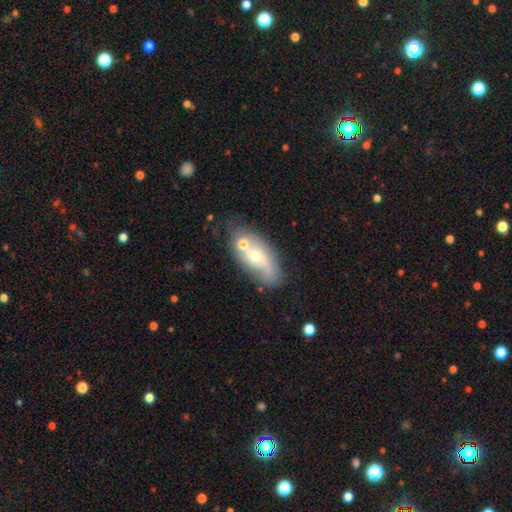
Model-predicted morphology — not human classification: A featured or disk galaxy (49%).

Vote fractions:
- Smooth or featured? featured or disk: 49% / smooth: 41% / star or artifact: 9%
- Merging? none: 43% / merger: 30% / minor disturbance: 18% / major disturbance: 9%